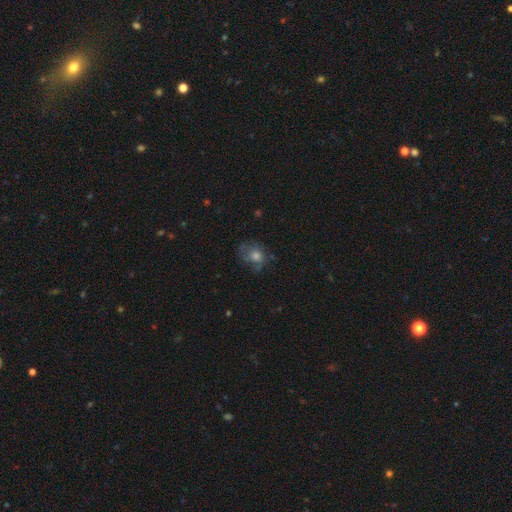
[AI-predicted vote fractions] This is possibly a smooth galaxy (49%). Merging: possibly none (55%).